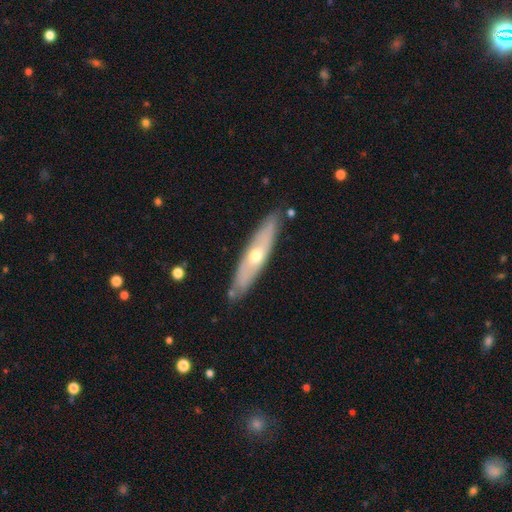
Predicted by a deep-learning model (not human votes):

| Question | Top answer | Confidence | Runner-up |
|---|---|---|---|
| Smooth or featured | featured or disk | 54% | smooth (40%) |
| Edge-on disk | yes | 60% | no (40%) |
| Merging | none | 82% | minor disturbance (13%) |